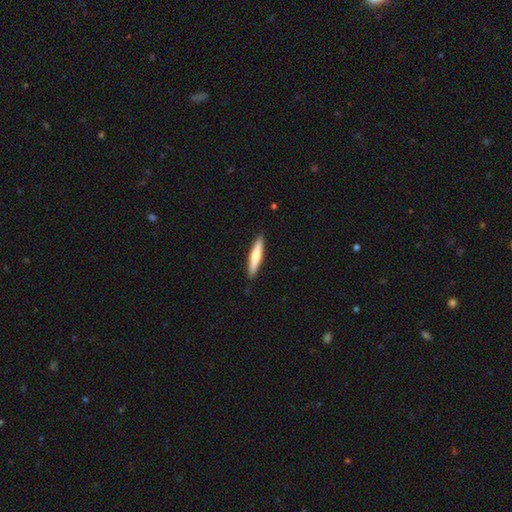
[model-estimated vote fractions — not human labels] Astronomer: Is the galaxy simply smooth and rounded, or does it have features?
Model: smooth — 62%.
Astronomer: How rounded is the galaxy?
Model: cigar-shaped — 90%.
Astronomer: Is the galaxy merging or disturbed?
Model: none — 90%.